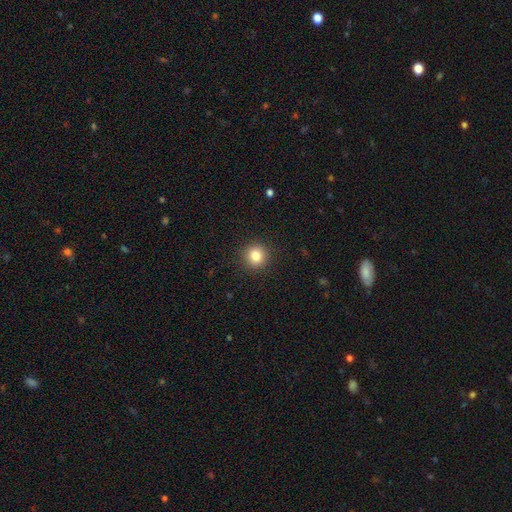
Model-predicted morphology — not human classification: Q: Smooth or featured?
A: smooth (83%); runner-up: star or artifact (11%)
Q: How rounded?
A: round (92%); runner-up: in between (7%)
Q: Merging?
A: none (92%); runner-up: minor disturbance (5%)